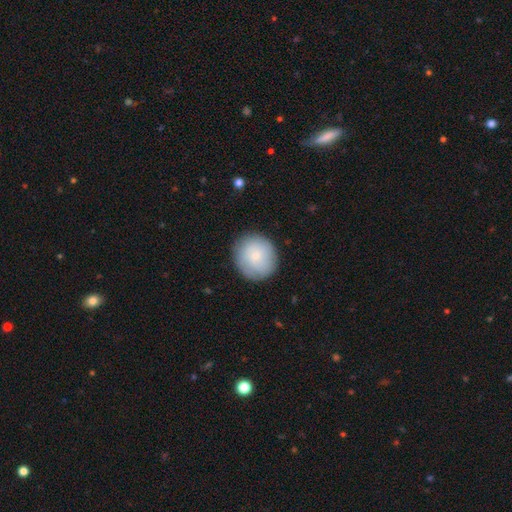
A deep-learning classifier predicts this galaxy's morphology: type=smooth (78%); roundness=round (88%); merging=none (86%).